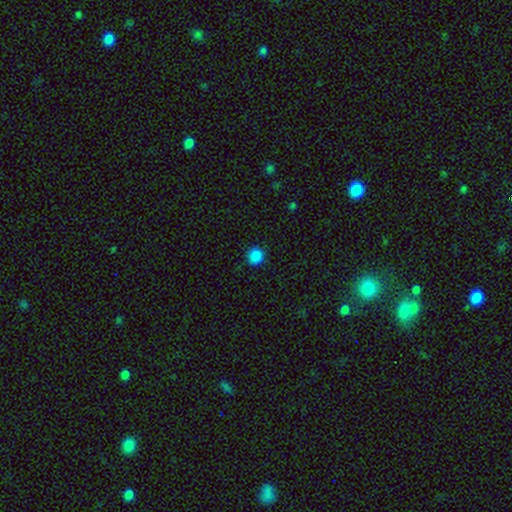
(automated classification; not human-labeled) smooth_or_featured: smooth (p=0.86) [alt: star or artifact p=0.11]
how_rounded: round (p=0.87) [alt: in between p=0.12]
merging: none (p=0.89) [alt: minor disturbance p=0.08]